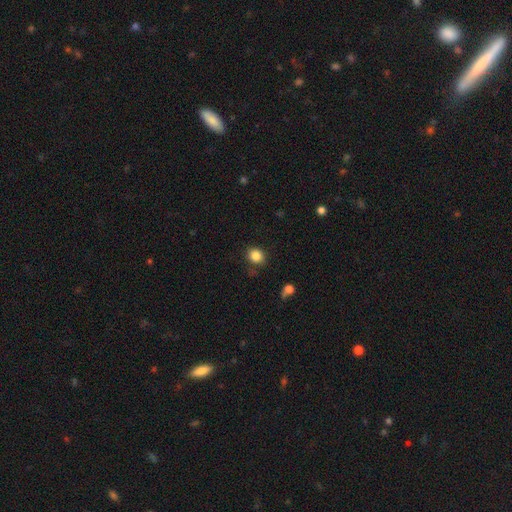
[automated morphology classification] Overall: smooth (85%). How rounded: round (74%). Merging: none (84%).